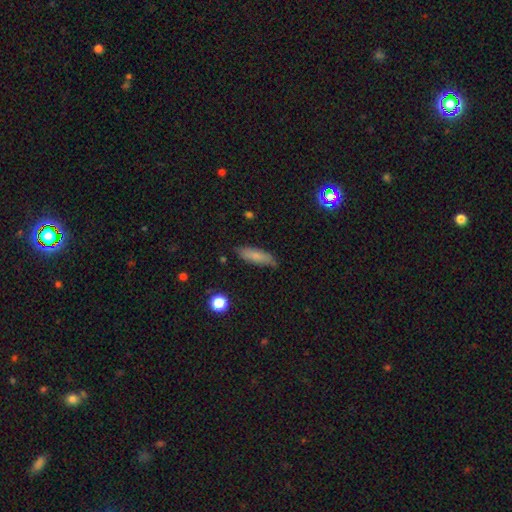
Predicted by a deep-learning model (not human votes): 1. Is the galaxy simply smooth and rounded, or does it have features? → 78% smooth, 14% featured or disk, 8% star or artifact.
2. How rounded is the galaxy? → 57% cigar-shaped, 41% in between, 2% round.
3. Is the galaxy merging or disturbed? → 79% none, 17% minor disturbance, 3% major disturbance, 2% merger.